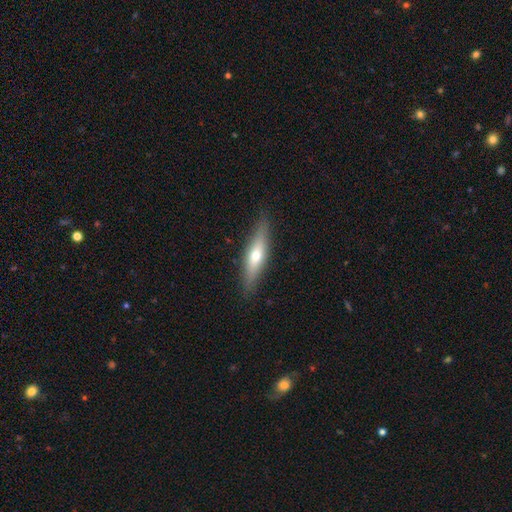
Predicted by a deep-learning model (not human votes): This appears to be a smooth galaxy with no disk features (48%). Merging: none (87%).